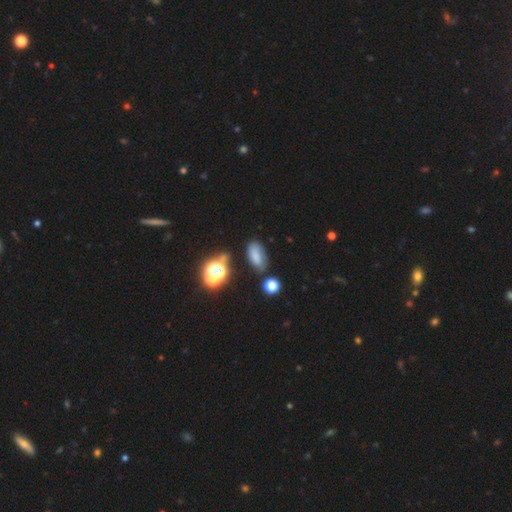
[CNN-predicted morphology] Smooth or featured: smooth — 67% (star or artifact — 19%)
How rounded: in between — 87% (round — 7%)
Merging: none — 66% (minor disturbance — 21%)